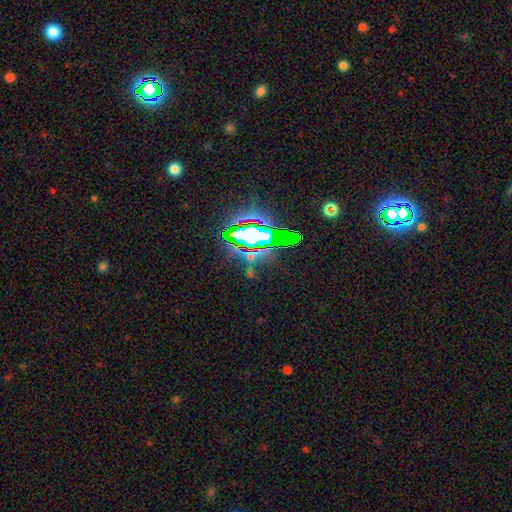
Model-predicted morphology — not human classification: A star or artifact, not a galaxy (78%).